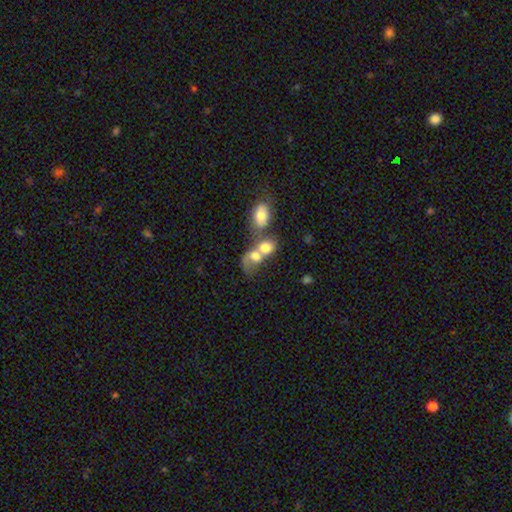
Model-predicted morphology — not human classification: Smooth or featured: smooth — 66% (featured or disk — 23%)
How rounded: in between — 59% (round — 39%)
Merging: merger — 72% (none — 13%)